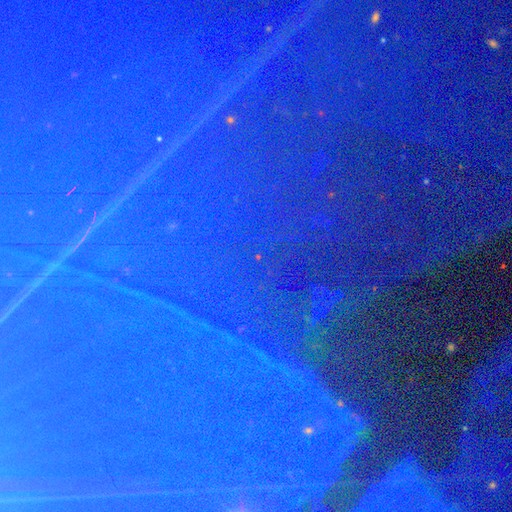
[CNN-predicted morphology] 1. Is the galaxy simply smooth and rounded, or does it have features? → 87% star or artifact, 7% featured or disk, 6% smooth.